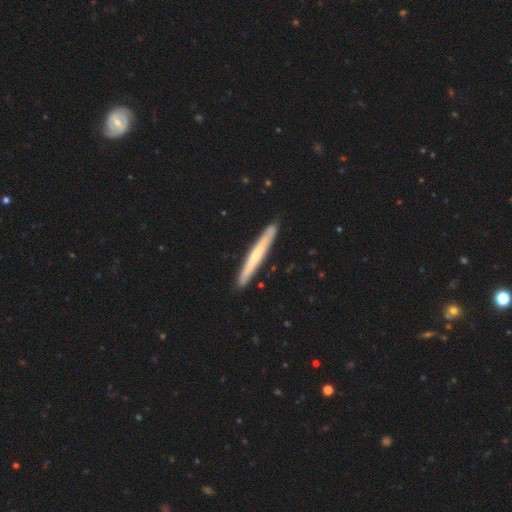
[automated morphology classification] Smooth or featured?
  - smooth: 52% *
  - featured or disk: 43%
  - star or artifact: 5%
How rounded?
  - cigar-shaped: 97% *
  - in between: 2%
  - round: 1%
Merging?
  - none: 90% *
  - minor disturbance: 7%
  - major disturbance: 1%
  - merger: 1%